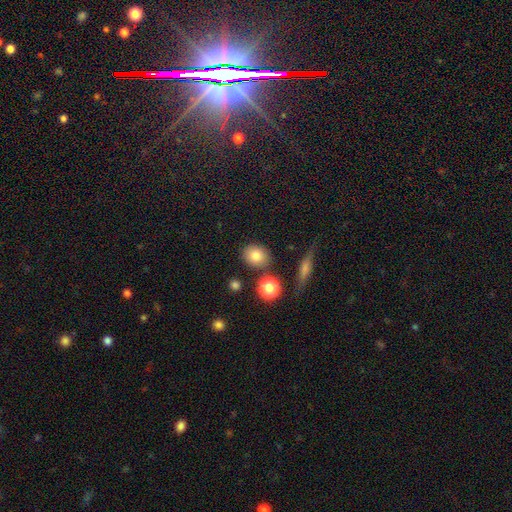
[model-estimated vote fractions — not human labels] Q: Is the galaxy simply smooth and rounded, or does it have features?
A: smooth — 82%.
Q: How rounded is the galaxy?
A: round — 59%.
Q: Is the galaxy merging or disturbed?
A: none — 80%.